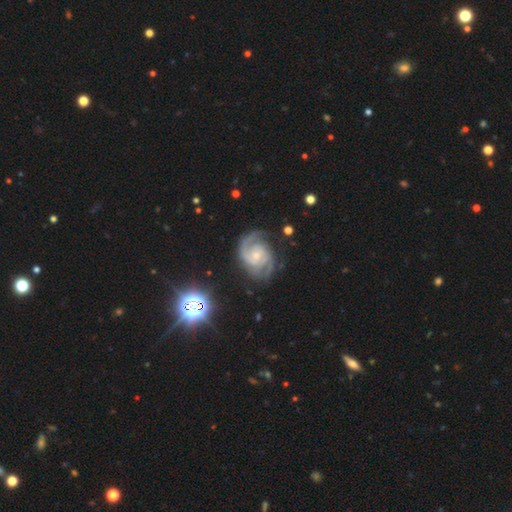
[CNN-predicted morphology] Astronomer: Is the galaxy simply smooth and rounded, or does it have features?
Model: featured or disk — 88%.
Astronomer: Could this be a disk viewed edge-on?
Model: no — 98%.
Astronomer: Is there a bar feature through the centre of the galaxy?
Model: no — 63%.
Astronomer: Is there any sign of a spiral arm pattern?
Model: yes — 97%.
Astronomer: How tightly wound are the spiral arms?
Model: tight — 45% (runner-up: medium, 44%).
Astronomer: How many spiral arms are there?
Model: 2 — 74%.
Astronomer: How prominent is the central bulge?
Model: small — 62%.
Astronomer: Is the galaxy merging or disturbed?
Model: none — 73%.